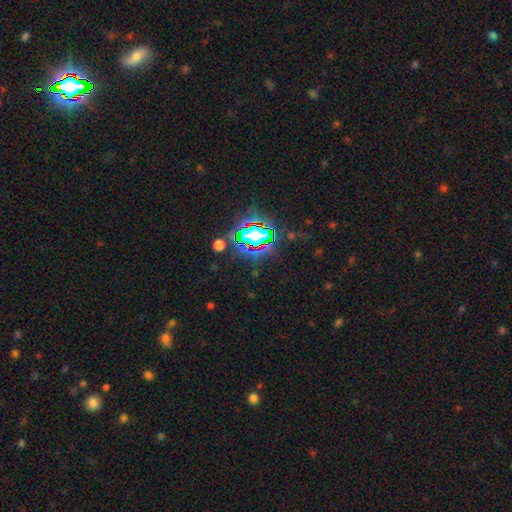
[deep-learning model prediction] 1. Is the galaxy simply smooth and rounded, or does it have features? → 81% star or artifact, 11% smooth, 8% featured or disk.